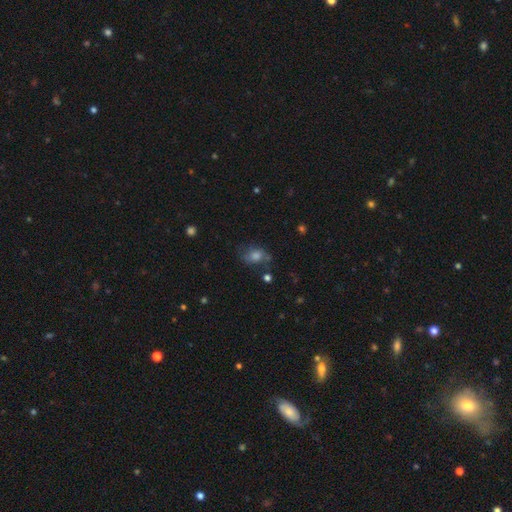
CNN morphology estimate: type=smooth (46%); merging=none (58%).